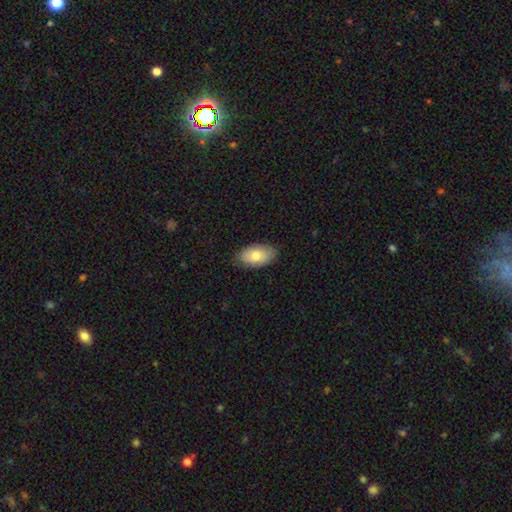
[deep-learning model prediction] Morphology: type=smooth (77%); roundness=in between (94%); merging=none (82%).